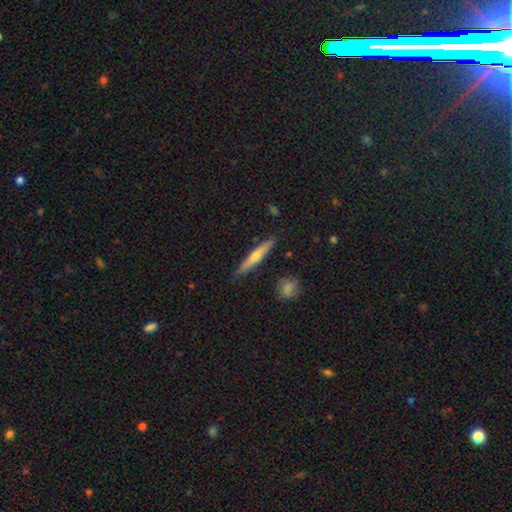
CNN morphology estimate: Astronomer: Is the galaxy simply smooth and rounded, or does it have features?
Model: smooth — 48% (runner-up: featured or disk, 46%).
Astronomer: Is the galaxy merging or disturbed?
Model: none — 87%.